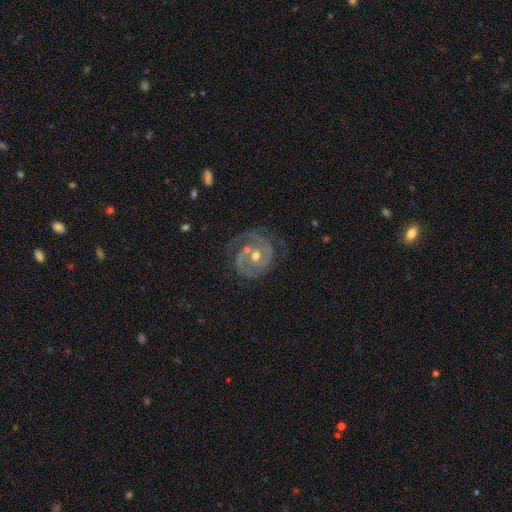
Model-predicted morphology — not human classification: Q: Smooth or featured?
A: featured or disk (86%); runner-up: smooth (8%)
Q: Edge-on disk?
A: no (98%); runner-up: yes (2%)
Q: Bar?
A: no (64%); runner-up: weak (28%)
Q: Spiral arms?
A: yes (93%); runner-up: no (7%)
Q: Spiral winding?
A: tight (54%); runner-up: medium (36%)
Q: Spiral arm count?
A: 2 (56%); runner-up: can't tell (14%)
Q: Bulge size?
A: moderate (61%); runner-up: small (34%)
Q: Merging?
A: none (63%); runner-up: minor disturbance (19%)